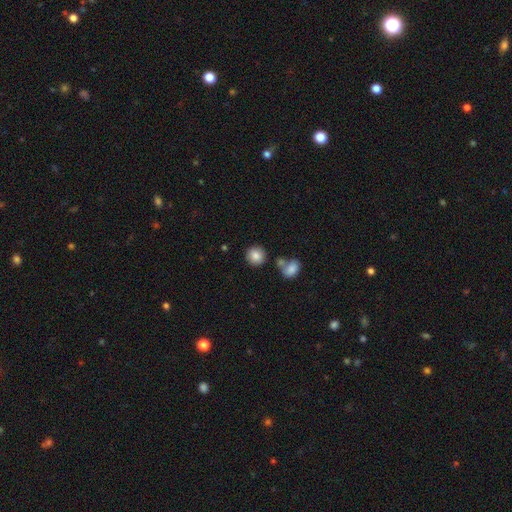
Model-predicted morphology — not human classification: Smooth or featured? smooth (84%)
How rounded? round (89%)
Merging? none (75%)